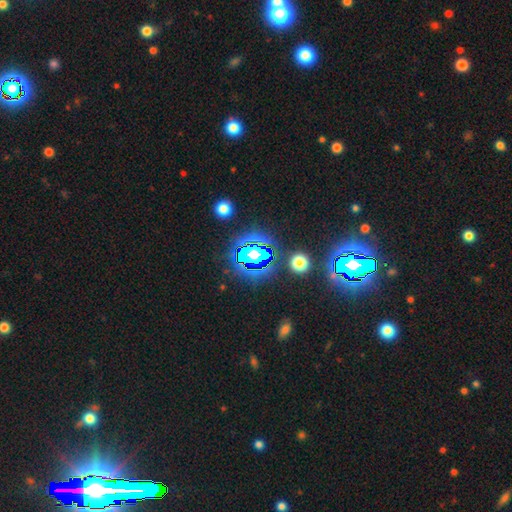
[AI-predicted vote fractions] Overall: star or artifact (82%).